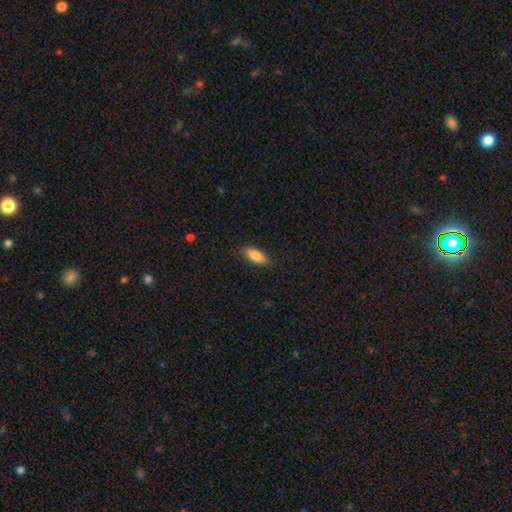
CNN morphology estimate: type=smooth (83%); roundness=in between (80%); merging=none (84%).